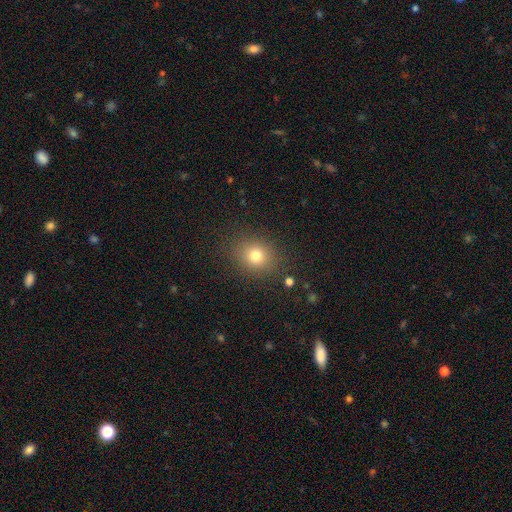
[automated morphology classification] Smooth or featured? smooth (77%)
How rounded? round (69%)
Merging? none (85%)